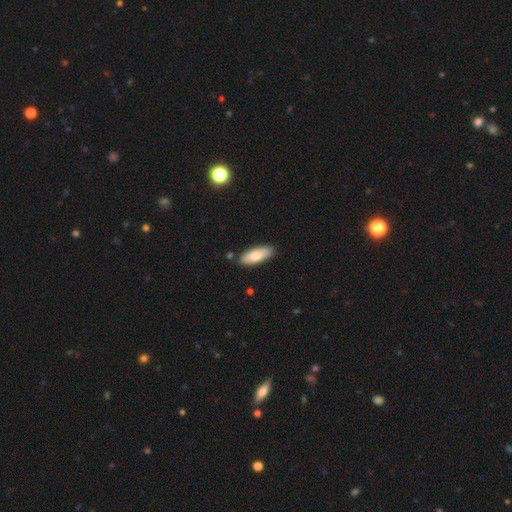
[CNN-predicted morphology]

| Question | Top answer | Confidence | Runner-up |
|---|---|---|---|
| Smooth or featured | smooth | 74% | featured or disk (20%) |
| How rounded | in between | 75% | cigar-shaped (23%) |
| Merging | none | 83% | minor disturbance (12%) |